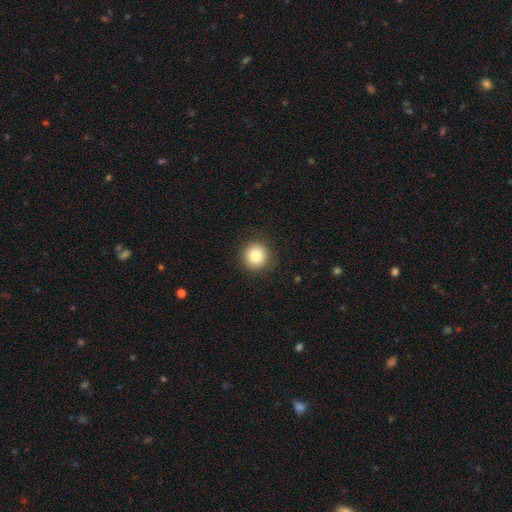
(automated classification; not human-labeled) smooth_or_featured: smooth (p=0.83) [alt: star or artifact p=0.10]
how_rounded: round (p=0.94) [alt: in between p=0.05]
merging: none (p=0.89) [alt: minor disturbance p=0.07]